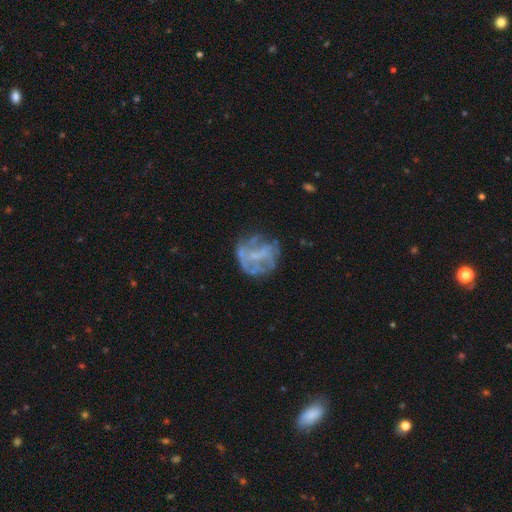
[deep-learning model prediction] A featured or disk galaxy (64%) with no bar (65%), no spiral arms (66%) and no central bulge (52%).

Vote fractions:
- Smooth or featured? featured or disk: 64% / smooth: 24% / star or artifact: 11%
- Edge-on disk? no: 98% / yes: 2%
- Bar? no: 65% / weak: 27% / strong: 8%
- Spiral arms? no: 66% / yes: 34%
- Bulge size? none: 52% / small: 31% / moderate: 15% / large: 2% / dominant: 1%
- Merging? none: 56% / major disturbance: 21% / minor disturbance: 20% / merger: 3%